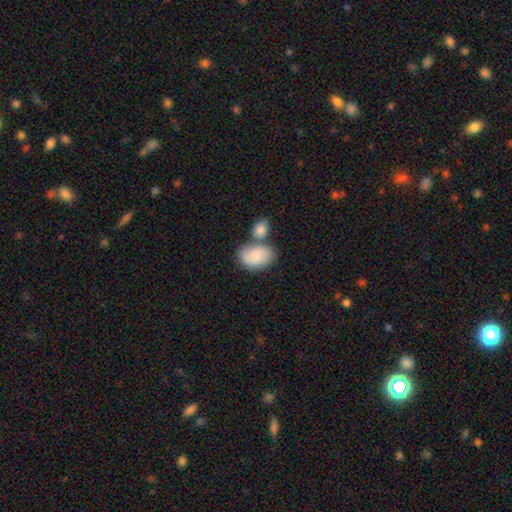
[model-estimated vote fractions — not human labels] The model was most divided on "merging": none: 41%, merger: 38%, minor disturbance: 15%, major disturbance: 5%. More confident: how rounded — in between (89%); smooth or featured — smooth (82%).